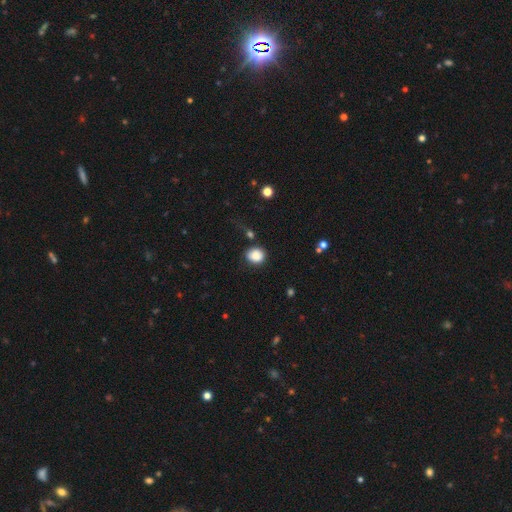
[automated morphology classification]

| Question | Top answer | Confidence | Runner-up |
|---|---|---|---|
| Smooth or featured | smooth | 86% | star or artifact (9%) |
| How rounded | round | 69% | in between (30%) |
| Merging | none | 74% | minor disturbance (17%) |